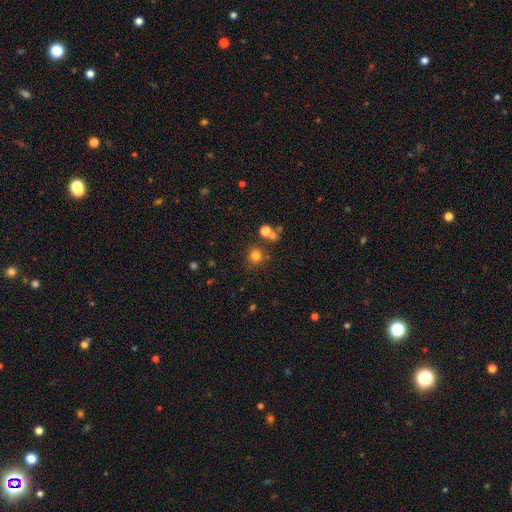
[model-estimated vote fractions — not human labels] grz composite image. It shows a smooth galaxy with no disk features (76%) that is round (90%). Merging: none (74%).